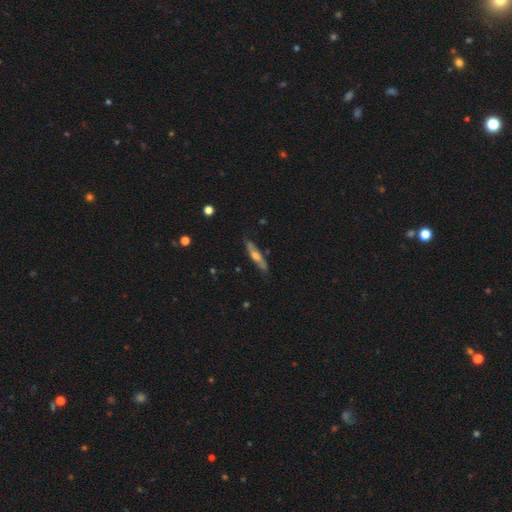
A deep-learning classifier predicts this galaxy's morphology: This appears to be a featured or disk galaxy (53%) viewed edge-on (77%). Merging: none (79%).